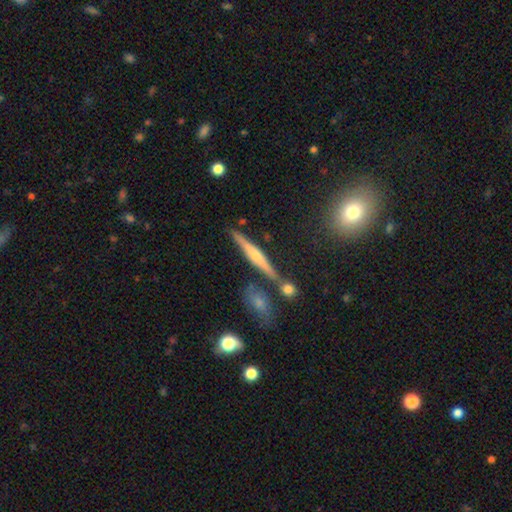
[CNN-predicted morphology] featured or disk 60%, smooth 31%, star or artifact 9%. Down the decision tree: edge-on disk — yes (96%); edge-on bulge — rounded (68%); merging — none (80%).